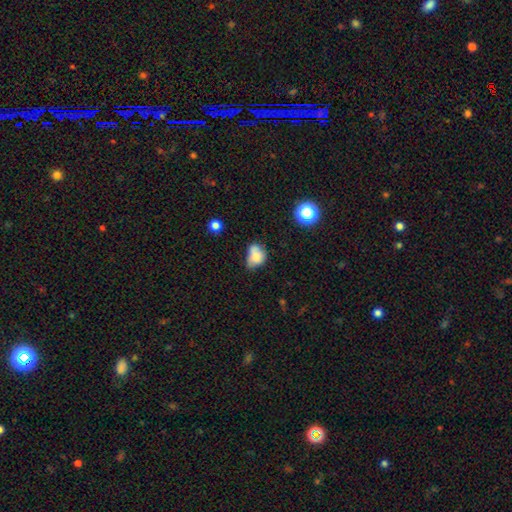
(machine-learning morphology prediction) Overall: smooth (73%). How rounded: in between (60%; round 39%). Merging: minor disturbance (34%; none 32%).